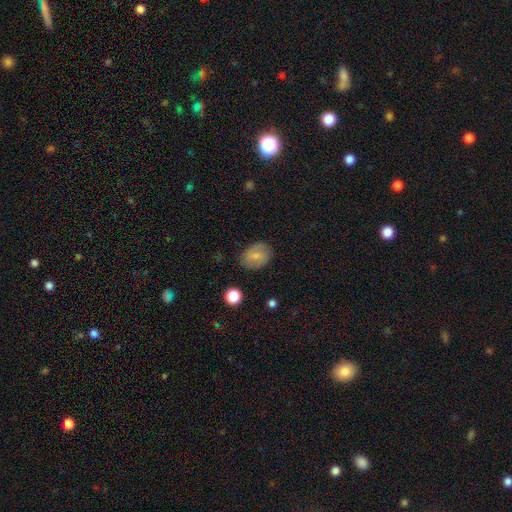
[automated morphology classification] Overall: smooth (72%). How rounded: in between (67%; round 32%). Merging: none (81%).